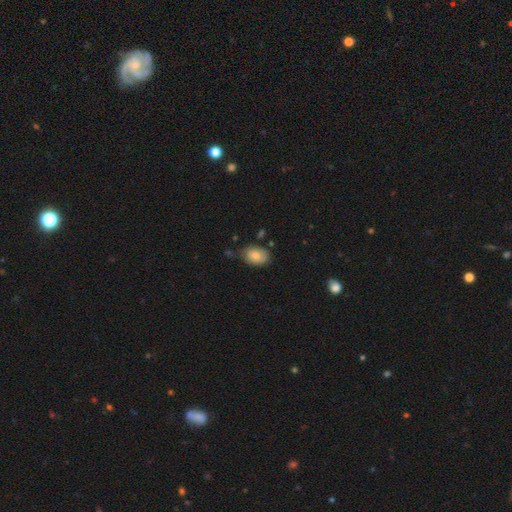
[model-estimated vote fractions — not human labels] Smooth or featured: smooth — 81% (featured or disk — 12%)
How rounded: in between — 81% (round — 18%)
Merging: none — 66% (minor disturbance — 25%)